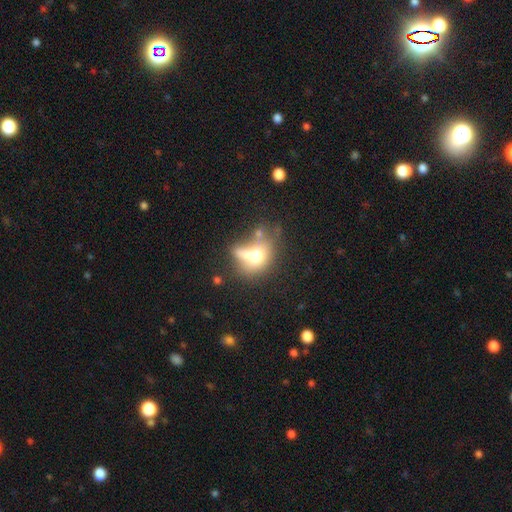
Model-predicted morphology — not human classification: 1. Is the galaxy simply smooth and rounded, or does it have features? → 59% smooth, 28% featured or disk, 13% star or artifact.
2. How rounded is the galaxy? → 52% in between, 43% round, 4% cigar-shaped.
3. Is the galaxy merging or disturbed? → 31% none, 30% merger, 22% major disturbance, 18% minor disturbance.